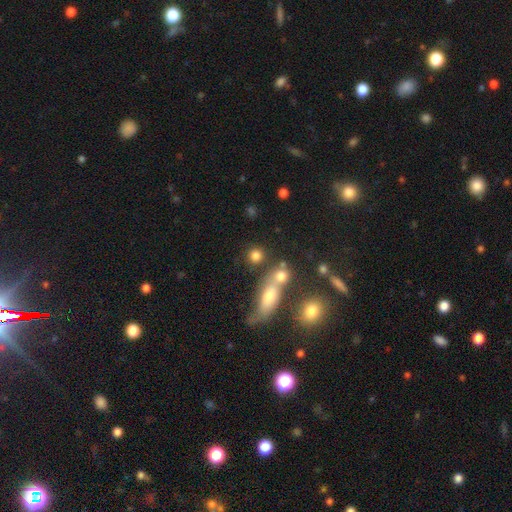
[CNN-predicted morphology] type=smooth (78%); roundness=round (82%); merging=none (65%).